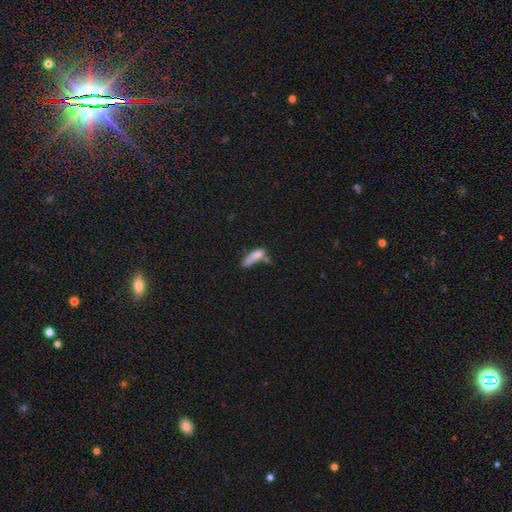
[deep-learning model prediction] Smooth or featured? smooth (71%)
How rounded? cigar-shaped (49%)
Merging? merger (31%)